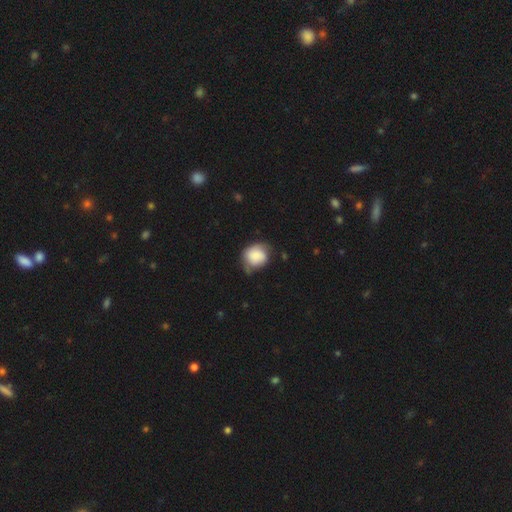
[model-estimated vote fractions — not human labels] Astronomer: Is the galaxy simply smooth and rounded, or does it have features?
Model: smooth — 72%.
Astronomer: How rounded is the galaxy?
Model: round — 68%.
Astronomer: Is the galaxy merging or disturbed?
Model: none — 46% (runner-up: minor disturbance, 39%).